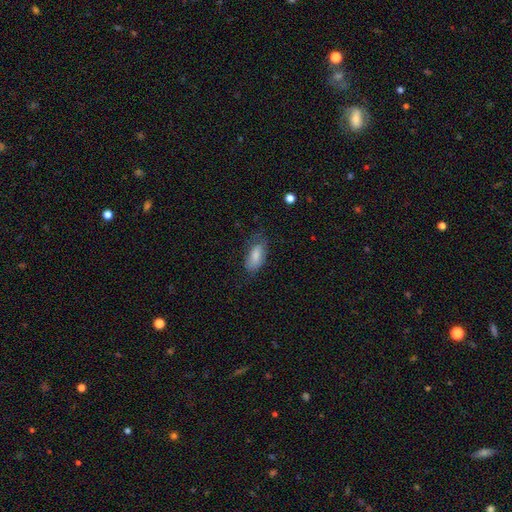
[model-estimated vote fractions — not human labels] Smooth or featured?
  - smooth: 81% *
  - featured or disk: 12%
  - star or artifact: 7%
How rounded?
  - in between: 87% *
  - cigar-shaped: 10%
  - round: 3%
Merging?
  - none: 63% *
  - minor disturbance: 27%
  - major disturbance: 9%
  - merger: 1%